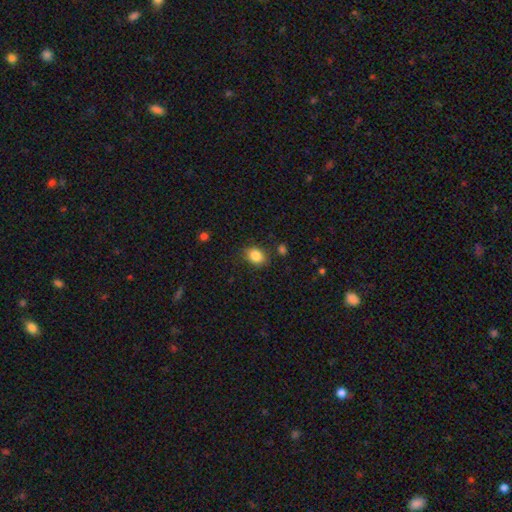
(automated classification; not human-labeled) A smooth galaxy with no disk features (85%) that is in between round and cigar-shaped (60%).

Vote fractions:
- Smooth or featured? smooth: 85% / star or artifact: 9% / featured or disk: 6%
- How rounded? in between: 60% / round: 39% / cigar-shaped: 1%
- Merging? none: 79% / minor disturbance: 14% / major disturbance: 4% / merger: 3%